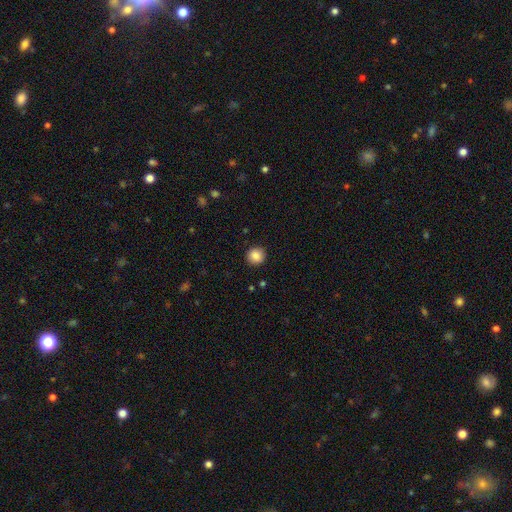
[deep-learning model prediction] smooth 87%, star or artifact 9%, featured or disk 4%. Down the decision tree: how rounded — round (93%); merging — none (92%).